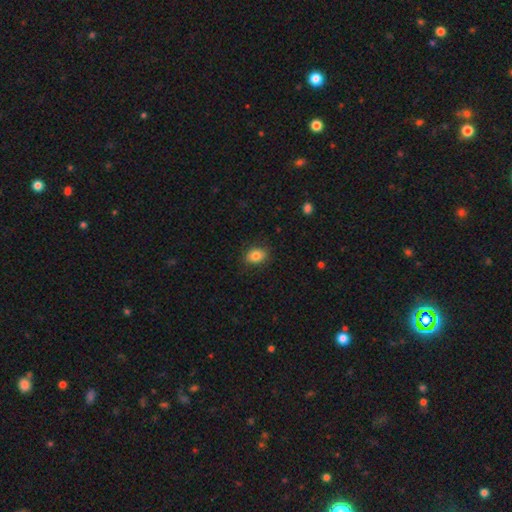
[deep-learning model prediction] Smooth or featured: smooth — 83% (star or artifact — 9%)
How rounded: in between — 68% (round — 31%)
Merging: none — 85% (minor disturbance — 12%)